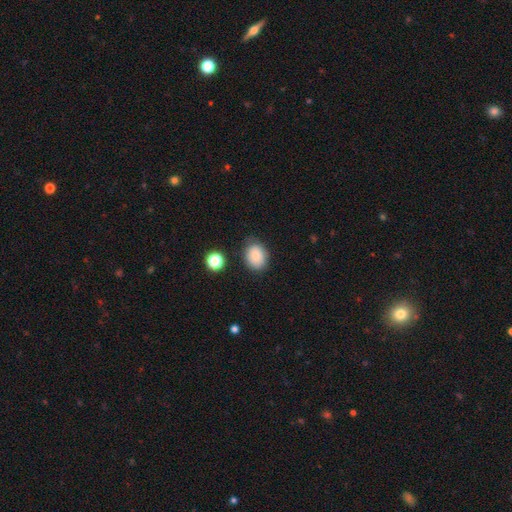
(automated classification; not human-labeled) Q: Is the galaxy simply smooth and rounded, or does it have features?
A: smooth — 84%.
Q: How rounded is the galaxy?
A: in between — 62%.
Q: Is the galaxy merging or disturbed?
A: none — 74%.